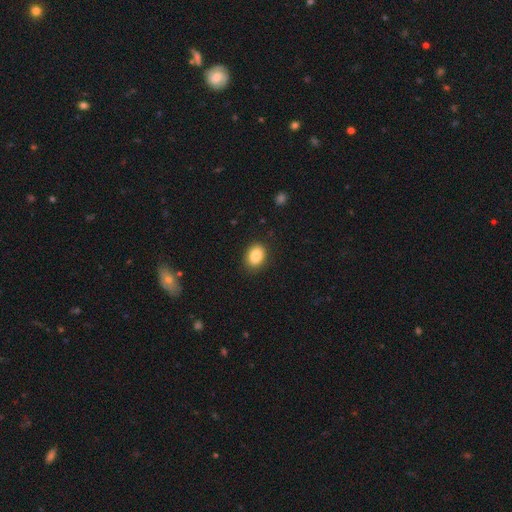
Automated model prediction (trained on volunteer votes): A smooth galaxy with no disk features (85%) that is in between round and cigar-shaped (67%).

Vote fractions:
- Smooth or featured? smooth: 85% / star or artifact: 8% / featured or disk: 6%
- How rounded? in between: 67% / round: 32% / cigar-shaped: 1%
- Merging? none: 88% / minor disturbance: 9% / major disturbance: 2% / merger: 1%